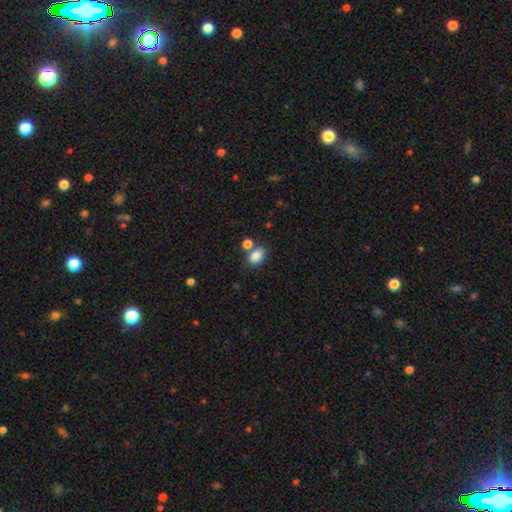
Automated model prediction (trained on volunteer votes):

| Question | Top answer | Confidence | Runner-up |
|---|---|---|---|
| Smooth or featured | smooth | 85% | star or artifact (9%) |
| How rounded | in between | 81% | round (18%) |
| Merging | none | 62% | merger (21%) |